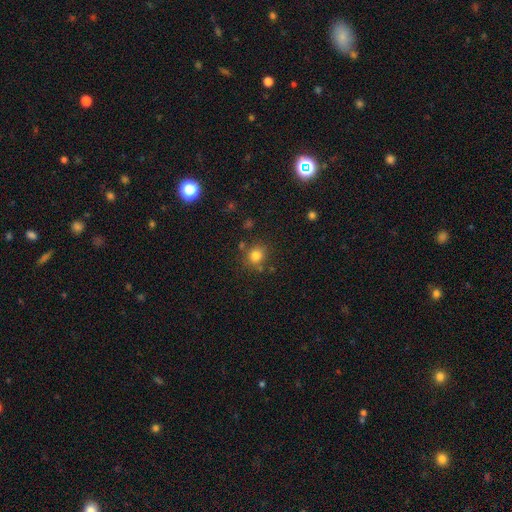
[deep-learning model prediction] A smooth galaxy with no disk features (80%) that is round (76%). Merging: none (75%).